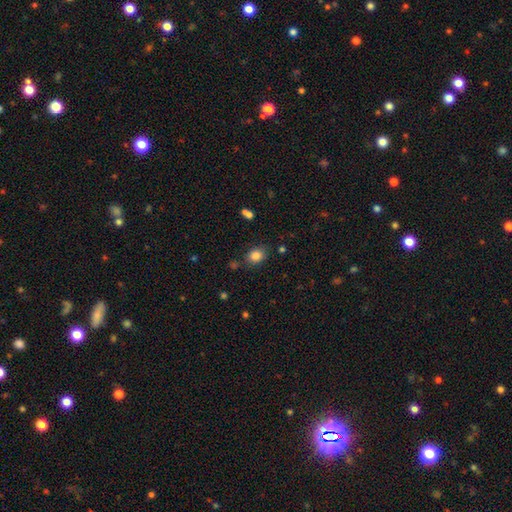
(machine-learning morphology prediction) smooth 84%, star or artifact 11%, featured or disk 5%. Down the decision tree: how rounded — in between (51%); merging — none (79%).